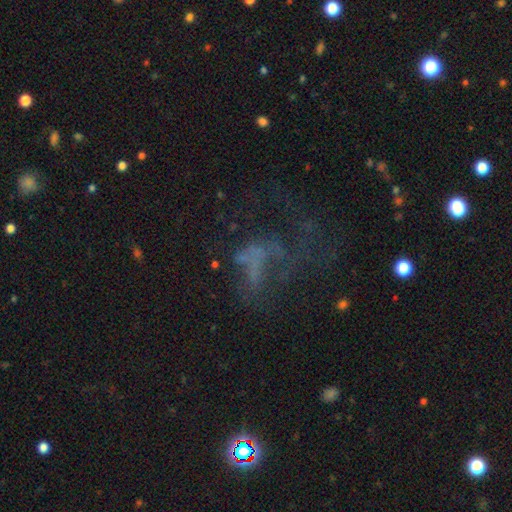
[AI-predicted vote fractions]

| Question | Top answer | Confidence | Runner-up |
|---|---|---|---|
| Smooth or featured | featured or disk | 45% | star or artifact (31%) |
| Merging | major disturbance | 47% | none (34%) |